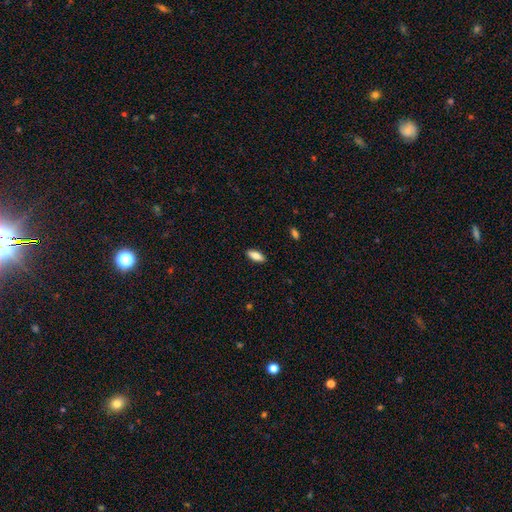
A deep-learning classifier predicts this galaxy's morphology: type=smooth (81%); roundness=in between (77%); merging=none (89%).